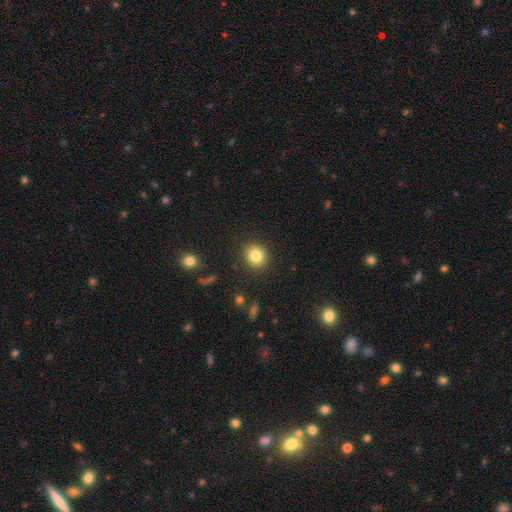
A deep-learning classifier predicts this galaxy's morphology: This is clearly a smooth galaxy (84%). How rounded: likely round (76%). Merging: clearly none (89%).